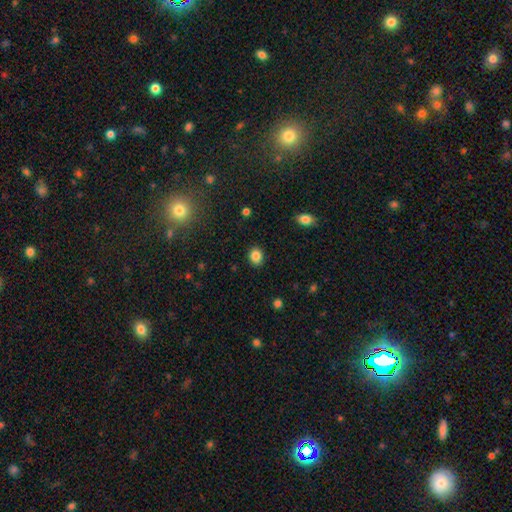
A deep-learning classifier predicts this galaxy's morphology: A smooth galaxy with no disk features (86%) that is round (56%).

Vote fractions:
- Smooth or featured? smooth: 86% / star or artifact: 10% / featured or disk: 5%
- How rounded? round: 56% / in between: 43% / cigar-shaped: 1%
- Merging? none: 89% / minor disturbance: 8% / major disturbance: 2% / merger: 1%